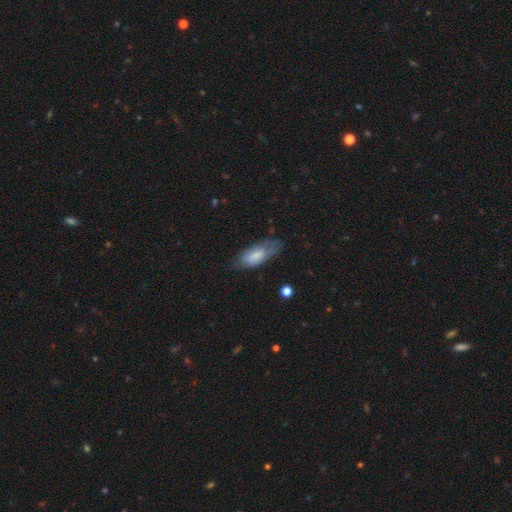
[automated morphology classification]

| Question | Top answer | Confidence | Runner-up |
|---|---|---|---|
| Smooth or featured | smooth | 68% | featured or disk (26%) |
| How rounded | in between | 83% | cigar-shaped (15%) |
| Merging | none | 58% | minor disturbance (29%) |